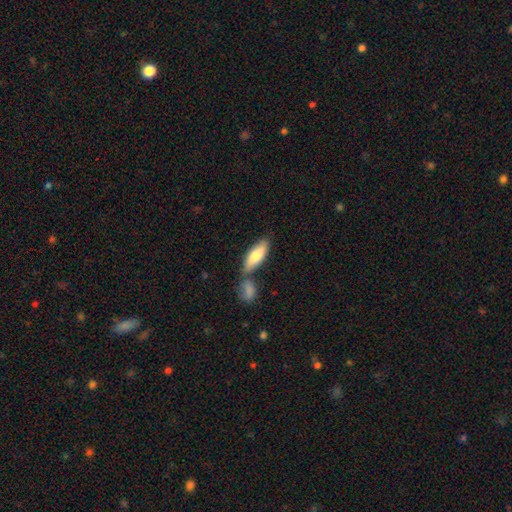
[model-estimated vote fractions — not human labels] A smooth galaxy with no disk features (77%) that is in between round and cigar-shaped (72%). Merging: none (54%).